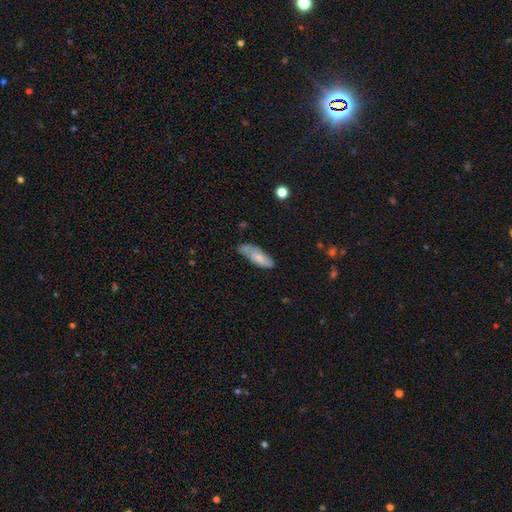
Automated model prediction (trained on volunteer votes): Smooth or featured? smooth (67%)
How rounded? in between (63%)
Merging? none (60%)